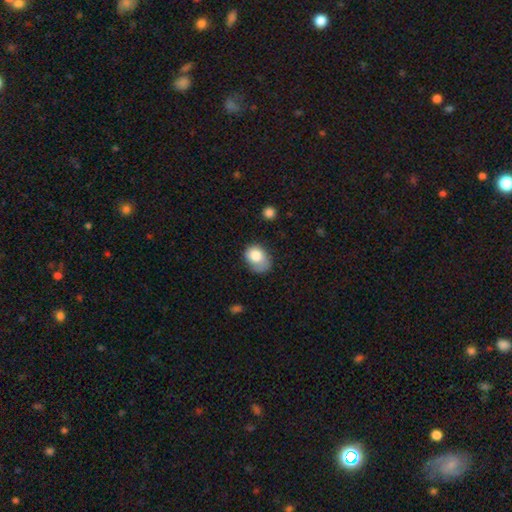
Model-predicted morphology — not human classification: A smooth galaxy with no disk features (80%) that is in between round and cigar-shaped (61%).

Vote fractions:
- Smooth or featured? smooth: 80% / featured or disk: 12% / star or artifact: 8%
- How rounded? in between: 61% / round: 38% / cigar-shaped: 1%
- Merging? none: 46% / minor disturbance: 36% / major disturbance: 15% / merger: 3%